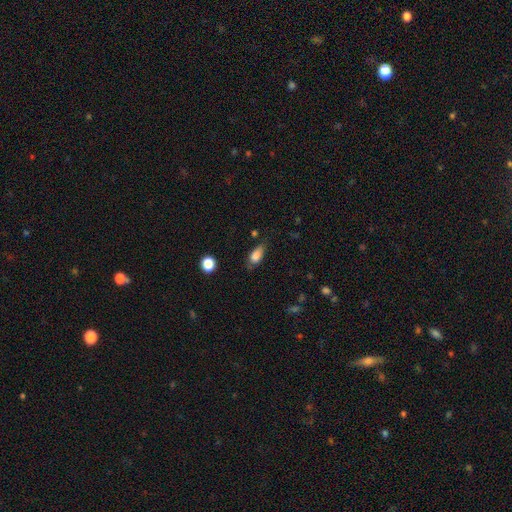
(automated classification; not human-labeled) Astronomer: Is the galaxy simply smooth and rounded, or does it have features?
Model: smooth — 80%.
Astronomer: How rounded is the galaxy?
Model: in between — 83%.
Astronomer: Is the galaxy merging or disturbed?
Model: none — 61%.